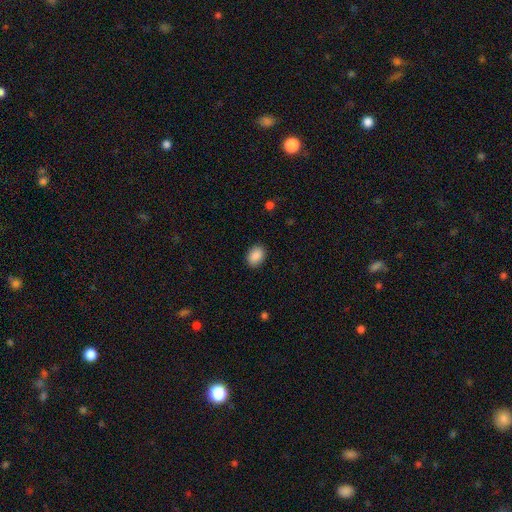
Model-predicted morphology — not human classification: Smooth or featured: smooth — 89% (star or artifact — 7%)
How rounded: in between — 73% (round — 26%)
Merging: none — 89% (minor disturbance — 8%)